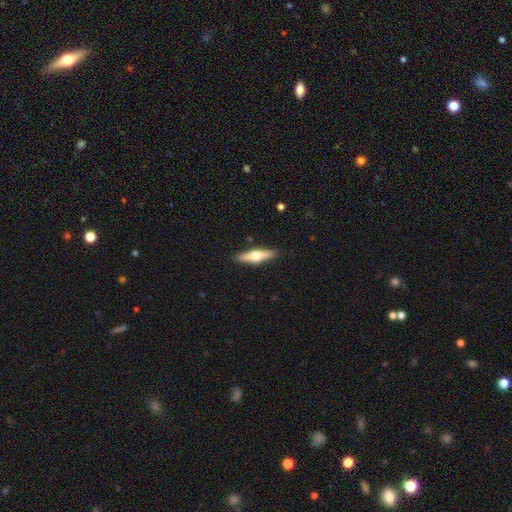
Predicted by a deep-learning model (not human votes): A featured or disk galaxy (54%) viewed edge-on (94%) with a rounded central bulge (94%).

Vote fractions:
- Smooth or featured? featured or disk: 54% / smooth: 41% / star or artifact: 5%
- Edge-on disk? yes: 94% / no: 6%
- Edge-on bulge? rounded: 94% / boxy: 3% / none: 3%
- Merging? none: 89% / minor disturbance: 8% / major disturbance: 2% / merger: 1%